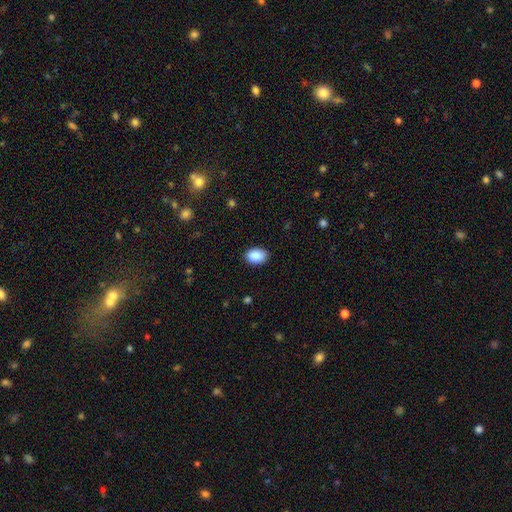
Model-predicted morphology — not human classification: A smooth galaxy with no disk features (90%) that is in between round and cigar-shaped (85%). Merging: none (89%).